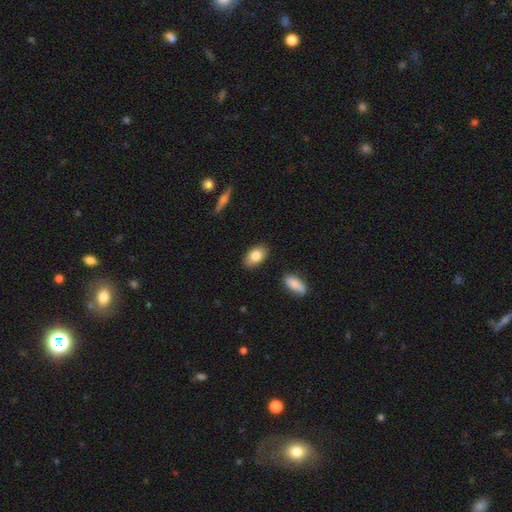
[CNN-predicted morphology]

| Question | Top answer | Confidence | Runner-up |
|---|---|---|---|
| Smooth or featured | smooth | 82% | featured or disk (11%) |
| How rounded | in between | 91% | round (8%) |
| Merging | none | 86% | minor disturbance (10%) |